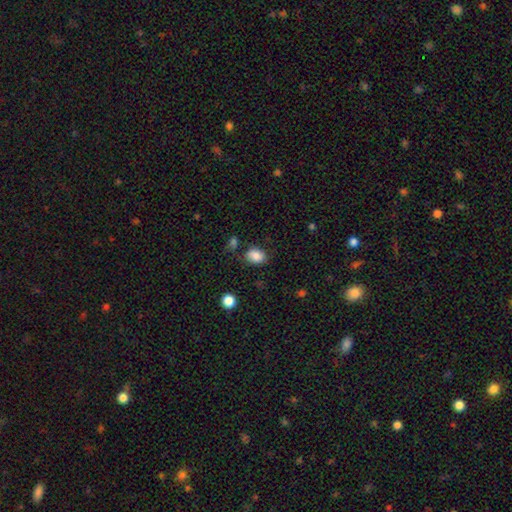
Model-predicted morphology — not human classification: A smooth galaxy with no disk features (86%) that is in between round and cigar-shaped (72%).

Vote fractions:
- Smooth or featured? smooth: 86% / star or artifact: 9% / featured or disk: 5%
- How rounded? in between: 72% / round: 27% / cigar-shaped: 1%
- Merging? none: 72% / minor disturbance: 18% / major disturbance: 5% / merger: 5%